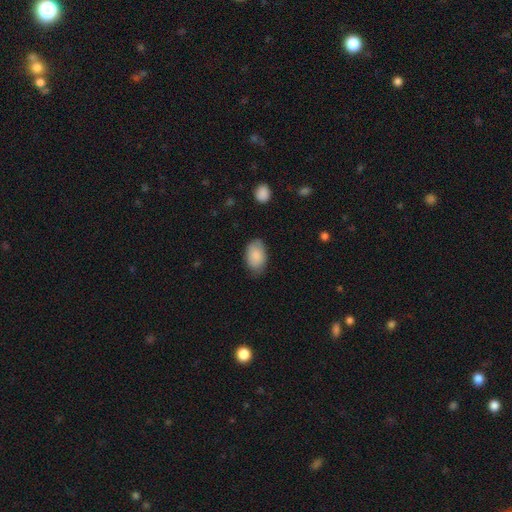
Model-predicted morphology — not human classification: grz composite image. It shows a smooth galaxy with no disk features (86%) that is in between round and cigar-shaped (92%). Merging: none (73%).